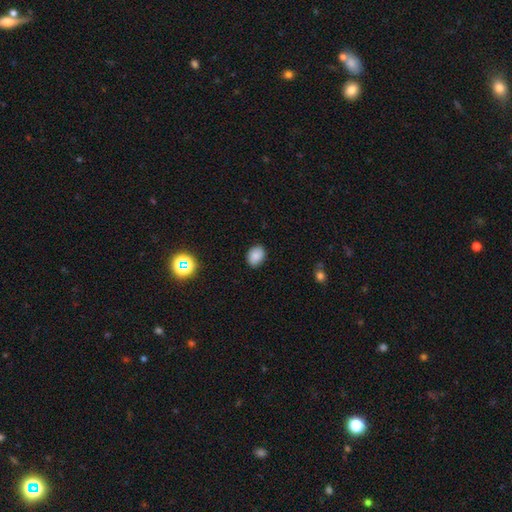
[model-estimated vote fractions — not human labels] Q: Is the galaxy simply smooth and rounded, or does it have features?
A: smooth — 85%.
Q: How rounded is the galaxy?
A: in between — 69%.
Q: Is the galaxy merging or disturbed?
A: none — 87%.